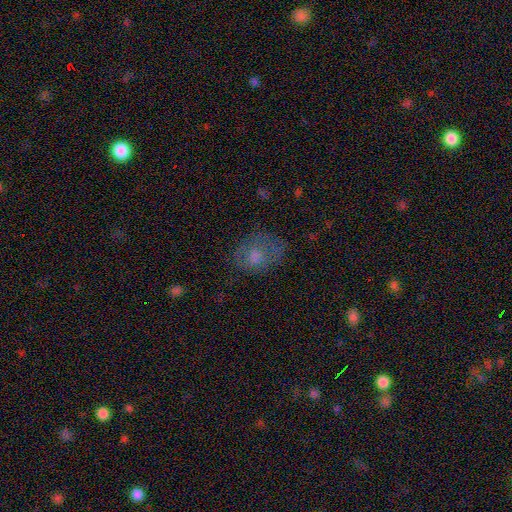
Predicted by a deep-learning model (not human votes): Q: Smooth or featured?
A: smooth (55%); runner-up: featured or disk (30%)
Q: How rounded?
A: in between (61%); runner-up: round (38%)
Q: Merging?
A: none (57%); runner-up: minor disturbance (24%)